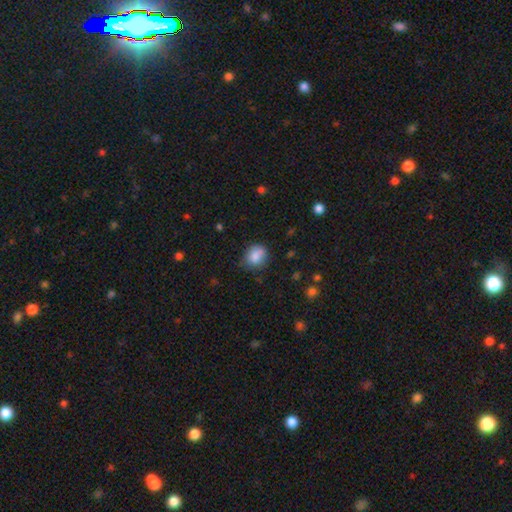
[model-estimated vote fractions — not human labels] Morphology: type=smooth (82%); roundness=round (63%); merging=none (63%).